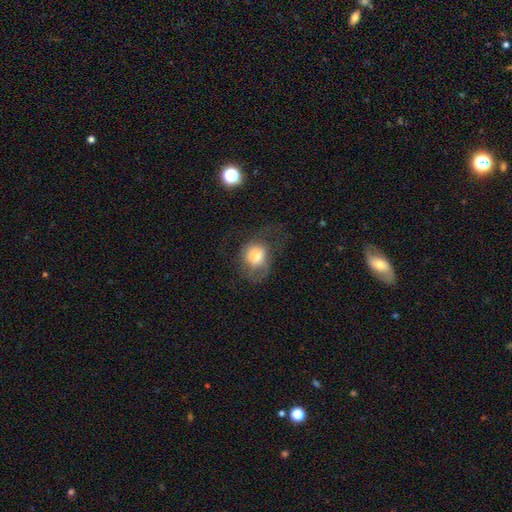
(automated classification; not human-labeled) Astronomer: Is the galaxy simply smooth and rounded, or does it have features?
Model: smooth — 68%.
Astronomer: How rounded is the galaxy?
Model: round — 64%.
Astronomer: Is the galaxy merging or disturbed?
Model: none — 39% (runner-up: major disturbance, 36%).